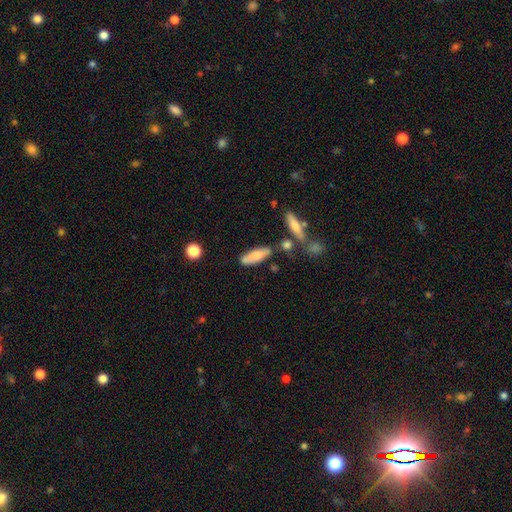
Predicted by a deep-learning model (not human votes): A smooth galaxy with no disk features (74%) that is in between round and cigar-shaped (49%, tied with cigar-shaped). Merging: none (68%).